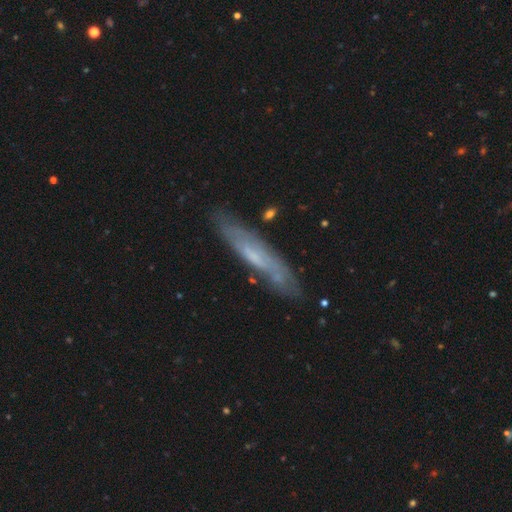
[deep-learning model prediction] This appears to be a featured or disk galaxy (59%) viewed edge-on (57%). Merging: none (78%).